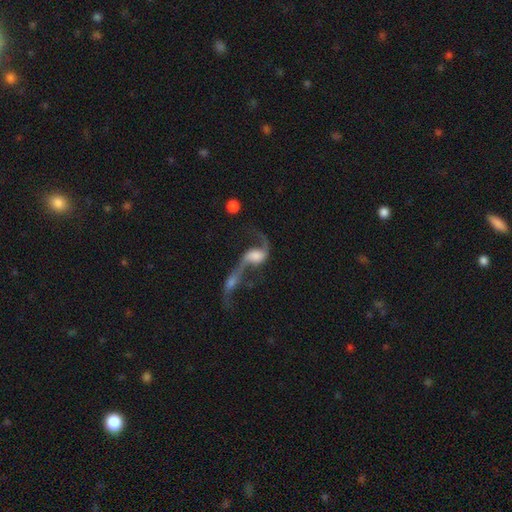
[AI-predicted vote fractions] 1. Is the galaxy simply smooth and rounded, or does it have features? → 79% featured or disk, 14% smooth, 7% star or artifact.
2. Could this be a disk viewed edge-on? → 95% no, 5% yes.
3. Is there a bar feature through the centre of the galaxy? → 52% no, 34% weak, 14% strong.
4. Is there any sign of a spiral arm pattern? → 91% yes, 9% no.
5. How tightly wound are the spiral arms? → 87% loose, 11% medium, 3% tight.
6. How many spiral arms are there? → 82% 2, 13% 1, 3% can't tell, 1% 3, 1% 4, 1% more than 4.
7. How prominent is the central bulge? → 29% moderate, 28% large, 21% none, 17% small, 6% dominant.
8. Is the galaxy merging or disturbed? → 57% merger, 19% none, 16% major disturbance, 8% minor disturbance.